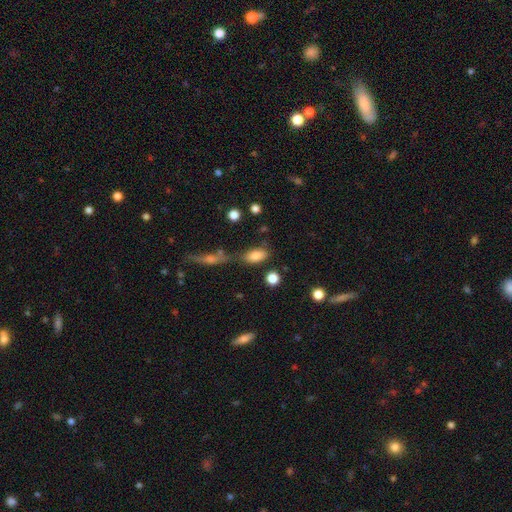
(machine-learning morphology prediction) A smooth galaxy with no disk features (82%) that is in between round and cigar-shaped (87%).

Vote fractions:
- Smooth or featured? smooth: 82% / star or artifact: 9% / featured or disk: 8%
- How rounded? in between: 87% / cigar-shaped: 8% / round: 6%
- Merging? none: 60% / minor disturbance: 18% / merger: 15% / major disturbance: 7%